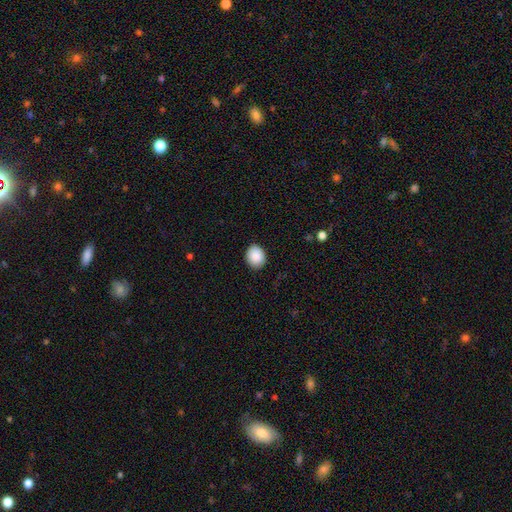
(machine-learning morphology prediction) Smooth or featured? Predicted: smooth (p=0.89). How rounded? Predicted: round (p=0.67). Merging? Predicted: none (p=0.88).